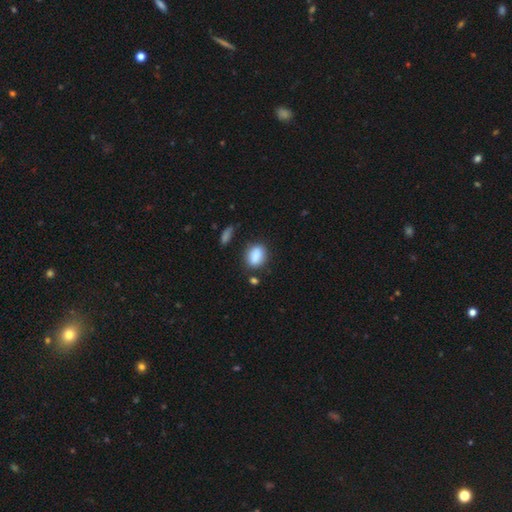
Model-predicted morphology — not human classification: Overall: smooth (85%). How rounded: in between (71%). Merging: none (69%).